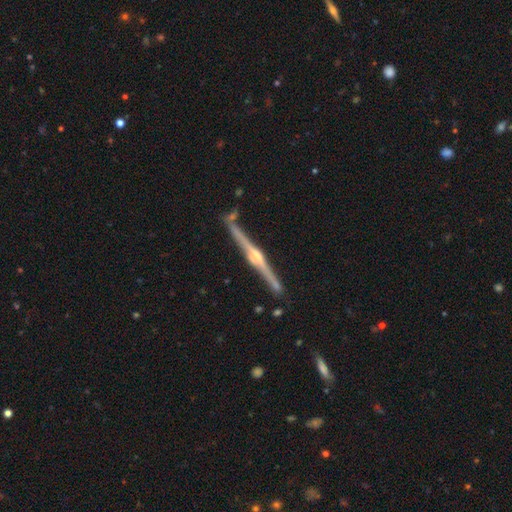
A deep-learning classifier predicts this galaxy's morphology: Q: Smooth or featured?
A: featured or disk (86%); runner-up: smooth (9%)
Q: Edge-on disk?
A: yes (98%); runner-up: no (2%)
Q: Edge-on bulge?
A: rounded (85%); runner-up: boxy (9%)
Q: Merging?
A: none (85%); runner-up: minor disturbance (10%)